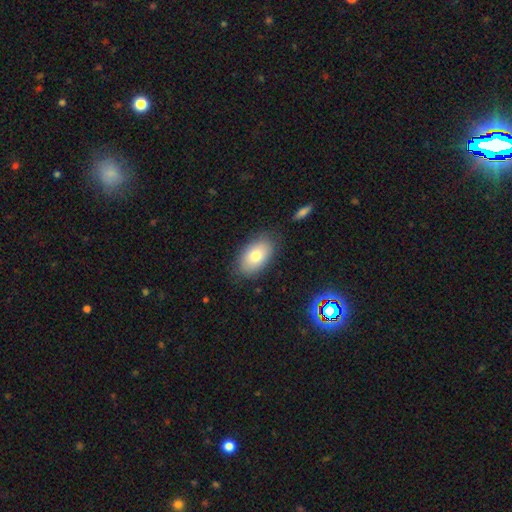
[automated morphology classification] Overall: smooth (77%). How rounded: in between (92%). Merging: none (83%).